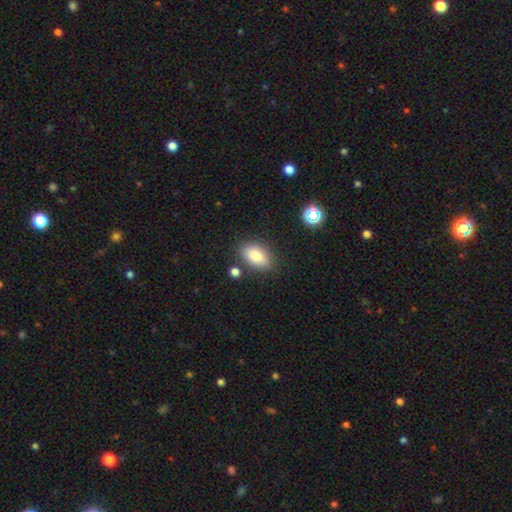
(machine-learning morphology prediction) A smooth galaxy with no disk features (83%) that is in between round and cigar-shaped (91%).

Vote fractions:
- Smooth or featured? smooth: 83% / featured or disk: 9% / star or artifact: 8%
- How rounded? in between: 91% / round: 6% / cigar-shaped: 3%
- Merging? none: 80% / minor disturbance: 12% / merger: 5% / major disturbance: 3%